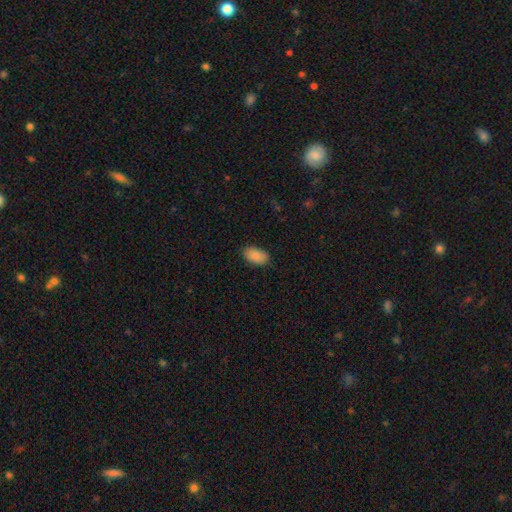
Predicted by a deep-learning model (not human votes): Smooth or featured? smooth (88%)
How rounded? in between (94%)
Merging? none (86%)